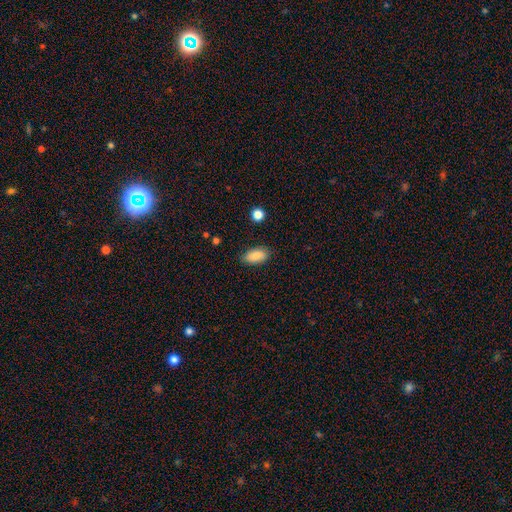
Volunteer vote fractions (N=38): A smooth galaxy with no disk features (89%) that is in between round and cigar-shaped (97%).

Vote fractions:
- Smooth or featured? smooth: 89% / star or artifact: 8% / featured or disk: 3%
- How rounded? in between: 97% / cigar-shaped: 3% / round: 0%
- Merging? none: 80% / minor disturbance: 17% / merger: 3% / major disturbance: 0%